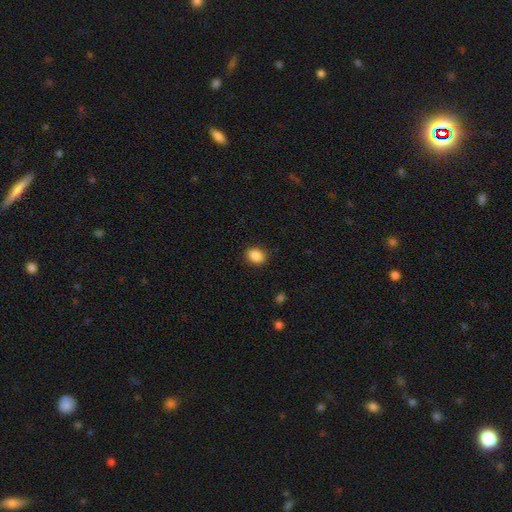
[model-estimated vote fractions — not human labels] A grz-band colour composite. It shows a smooth galaxy with no disk features (88%) that is in between round and cigar-shaped (58%). Merging: none (88%).